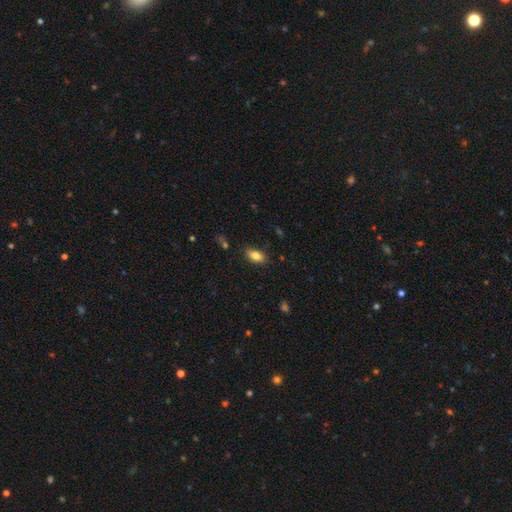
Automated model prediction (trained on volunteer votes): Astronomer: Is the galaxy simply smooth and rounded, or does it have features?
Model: smooth — 83%.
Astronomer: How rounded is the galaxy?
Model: in between — 90%.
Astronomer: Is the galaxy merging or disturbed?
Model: none — 84%.